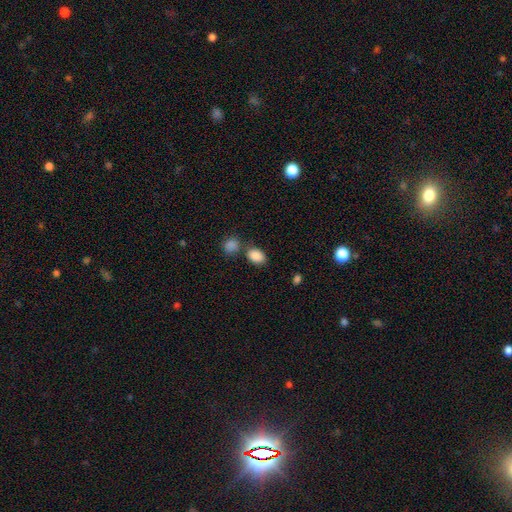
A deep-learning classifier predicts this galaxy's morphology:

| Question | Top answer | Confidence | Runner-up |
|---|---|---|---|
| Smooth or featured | smooth | 88% | star or artifact (8%) |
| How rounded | in between | 80% | round (19%) |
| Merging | none | 64% | merger (20%) |